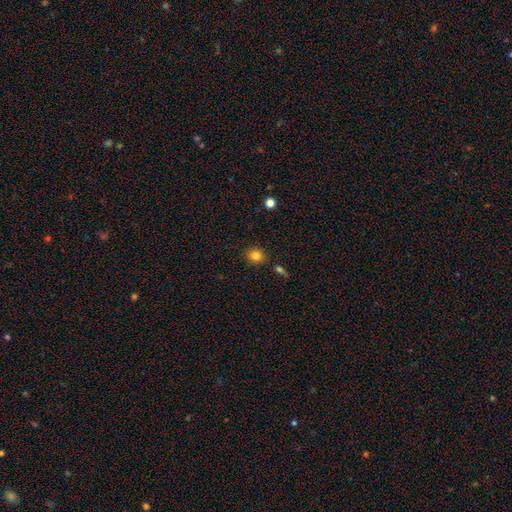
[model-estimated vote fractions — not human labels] Morphology: type=smooth (81%); roundness=round (81%); merging=none (86%).